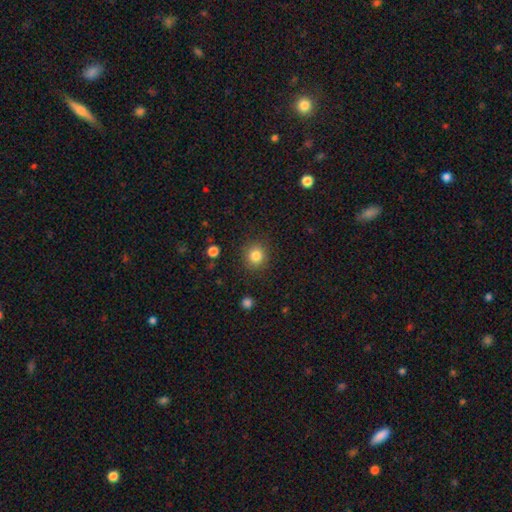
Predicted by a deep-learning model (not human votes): Morphology: type=smooth (83%); roundness=round (89%); merging=none (88%).